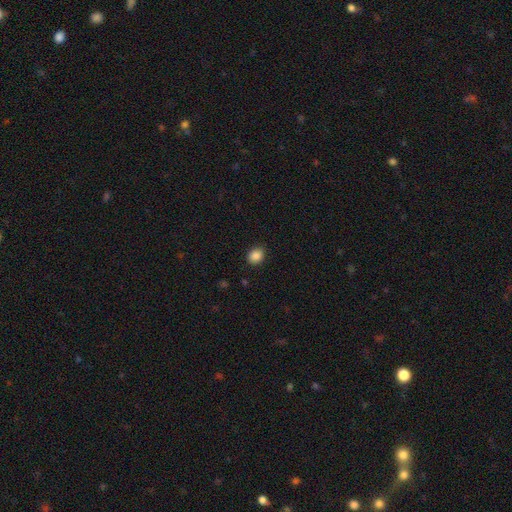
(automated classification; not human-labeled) Smooth or featured: smooth — 87% (star or artifact — 9%)
How rounded: round — 54% (in between — 45%)
Merging: none — 88% (minor disturbance — 9%)